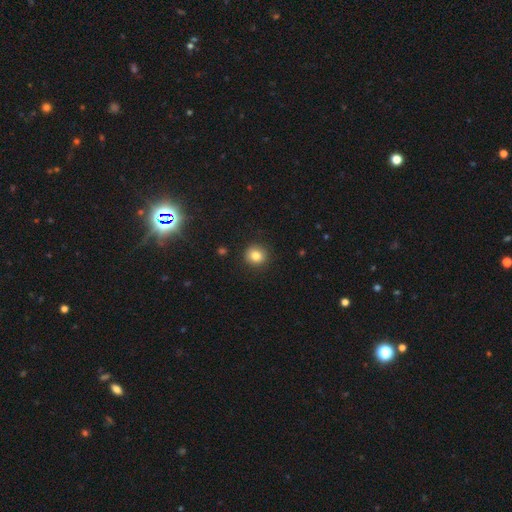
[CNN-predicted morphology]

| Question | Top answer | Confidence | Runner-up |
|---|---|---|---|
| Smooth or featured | smooth | 82% | star or artifact (11%) |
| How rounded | round | 89% | in between (10%) |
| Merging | none | 91% | minor disturbance (6%) |